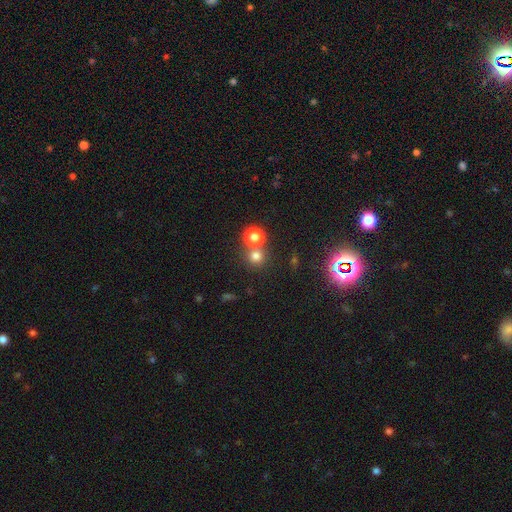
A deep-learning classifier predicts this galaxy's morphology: Smooth or featured? Predicted: smooth (p=0.73). How rounded? Predicted: round (p=0.89). Merging? Predicted: none (p=0.62).